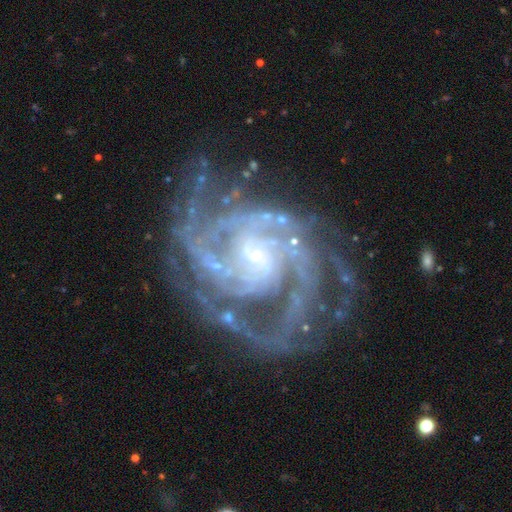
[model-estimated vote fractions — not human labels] Smooth or featured?
  - featured or disk: 91% *
  - star or artifact: 6%
  - smooth: 3%
Edge-on disk?
  - no: 98% *
  - yes: 2%
Bar?
  - no: 60% *
  - weak: 27%
  - strong: 13%
Spiral arms?
  - yes: 98% *
  - no: 2%
Spiral winding?
  - tight: 57% *
  - medium: 37%
  - loose: 6%
Spiral arm count?
  - 3: 23% *
  - 4: 20%
  - 2: 20%
  - can't tell: 17%
  - more than 4: 12%
  - 1: 9%
Bulge size?
  - small: 82% *
  - moderate: 8%
  - none: 6%
  - large: 2%
  - dominant: 1%
Merging?
  - none: 68% *
  - minor disturbance: 17%
  - major disturbance: 13%
  - merger: 2%